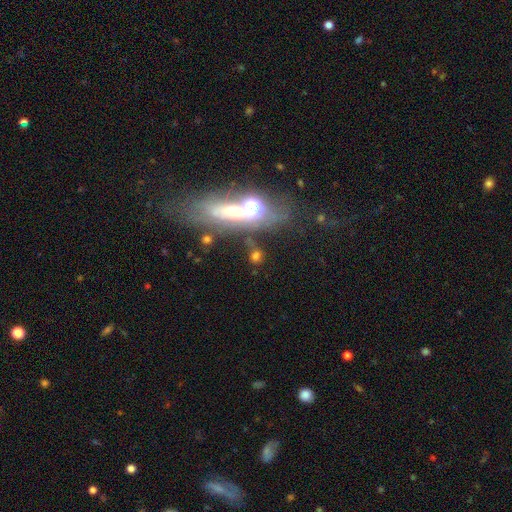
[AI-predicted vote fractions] This is possibly a smooth galaxy (52%). How rounded: possibly round (57%). Merging: possibly none (57%).